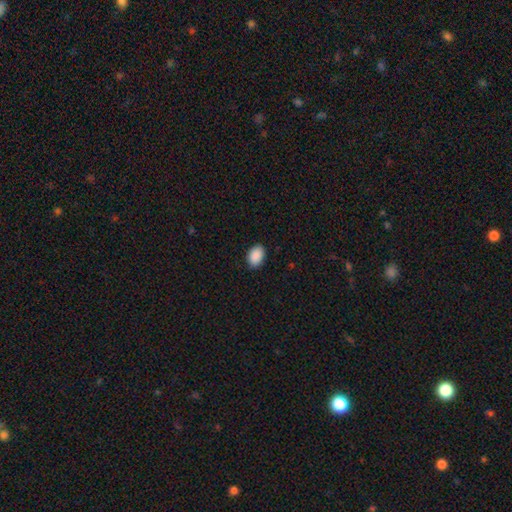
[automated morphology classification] type=smooth (91%); roundness=in between (86%); merging=none (89%).